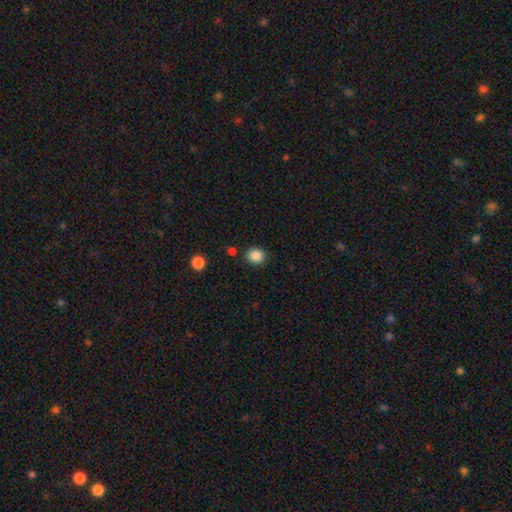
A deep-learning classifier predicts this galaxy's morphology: The model was most divided on "how rounded": round: 80%, in between: 19%, cigar-shaped: 1%. More confident: smooth or featured — smooth (87%); merging — none (85%).